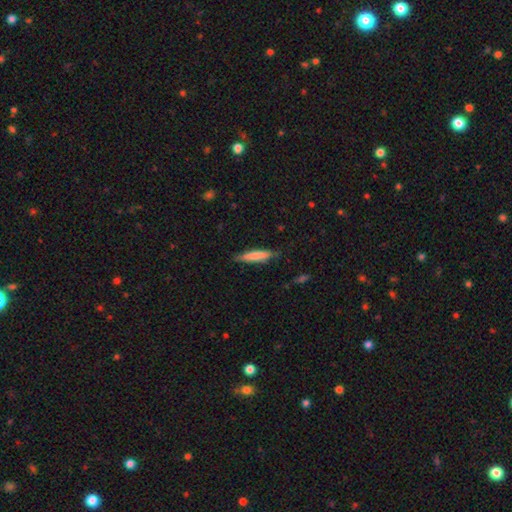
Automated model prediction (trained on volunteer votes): This is likely a smooth galaxy (74%). How rounded: clearly cigar-shaped (86%). Merging: clearly none (81%).